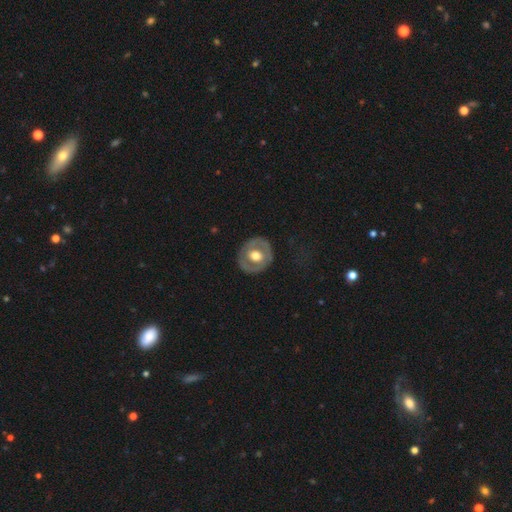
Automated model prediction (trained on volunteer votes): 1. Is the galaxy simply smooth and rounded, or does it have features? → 58% featured or disk, 37% smooth, 5% star or artifact.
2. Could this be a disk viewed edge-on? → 95% no, 5% yes.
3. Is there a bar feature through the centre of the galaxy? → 68% no, 24% weak, 8% strong.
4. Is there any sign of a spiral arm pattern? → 72% no, 28% yes.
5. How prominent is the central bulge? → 60% moderate, 34% large, 4% small, 2% dominant, 1% none.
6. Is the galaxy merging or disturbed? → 82% none, 12% minor disturbance, 5% major disturbance, 1% merger.